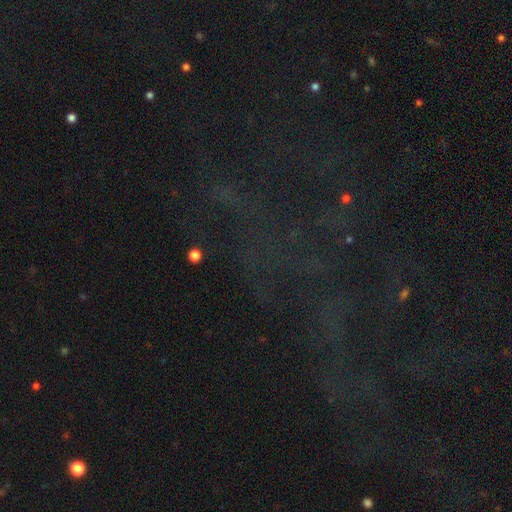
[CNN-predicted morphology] smooth-or-featured: star or artifact: 73% | featured or disk: 14% | smooth: 14%